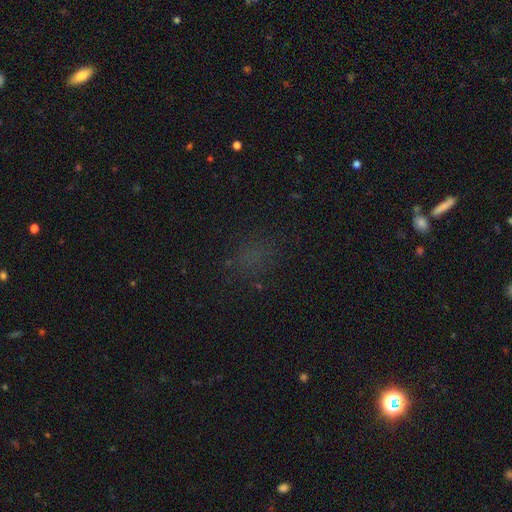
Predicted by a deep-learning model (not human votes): The model was most divided on "smooth or featured" (2-way tie): star or artifact: 44%, smooth: 44%, featured or disk: 11%.